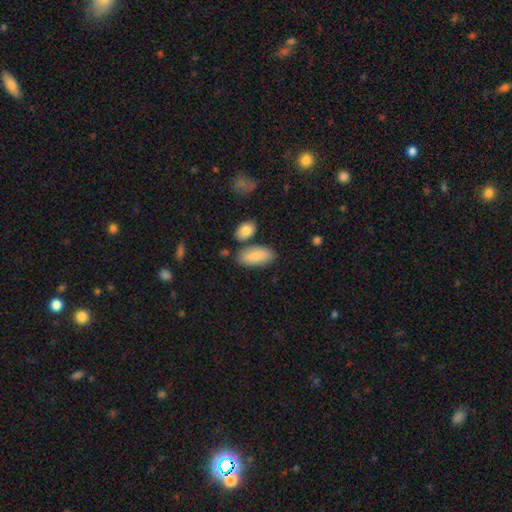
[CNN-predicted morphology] This is clearly a smooth galaxy (83%). How rounded: clearly in between (92%). Merging: likely none (71%).